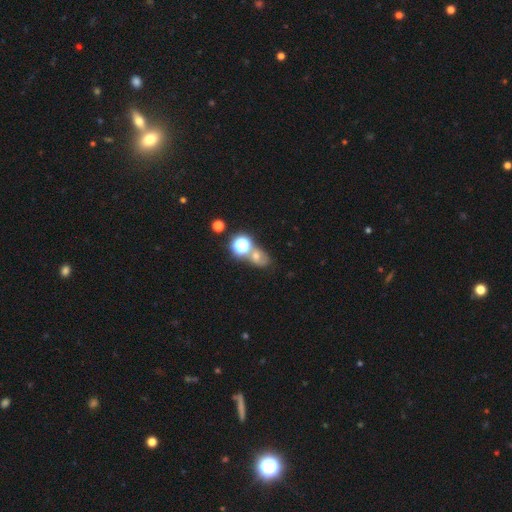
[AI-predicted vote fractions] A smooth galaxy with no disk features (48%). Merging: none (48%).